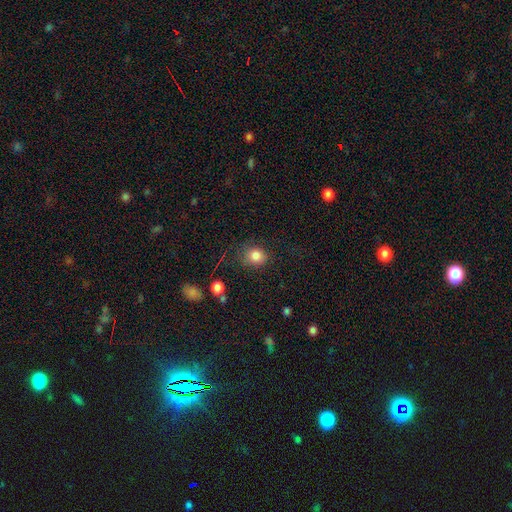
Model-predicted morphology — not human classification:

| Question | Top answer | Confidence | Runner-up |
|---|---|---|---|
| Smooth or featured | smooth | 82% | star or artifact (11%) |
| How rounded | round | 68% | in between (31%) |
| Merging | none | 75% | minor disturbance (17%) |